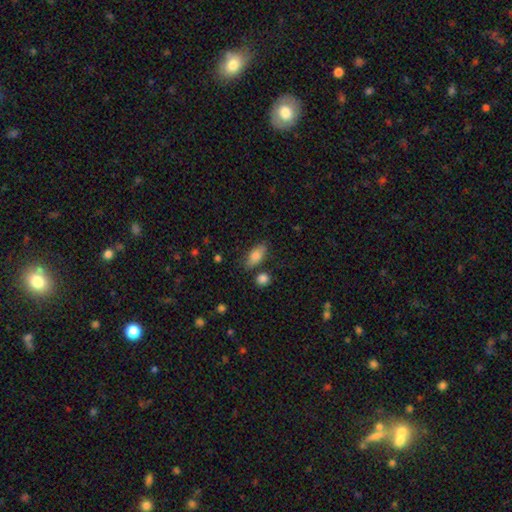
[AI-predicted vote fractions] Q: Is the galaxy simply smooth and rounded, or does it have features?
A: smooth — 81%.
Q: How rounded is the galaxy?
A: in between — 85%.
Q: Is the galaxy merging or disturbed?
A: none — 75%.